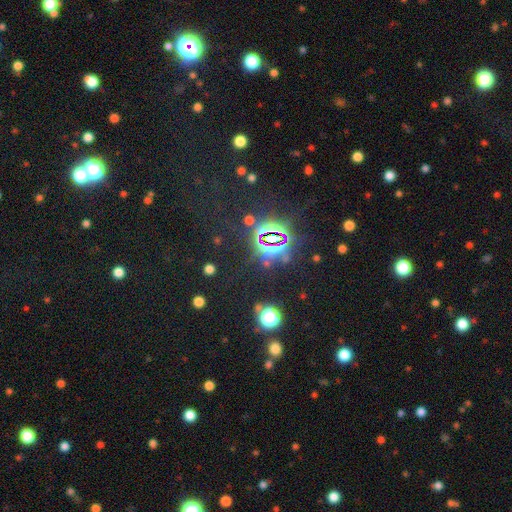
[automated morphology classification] A star or artifact, not a galaxy (77%).